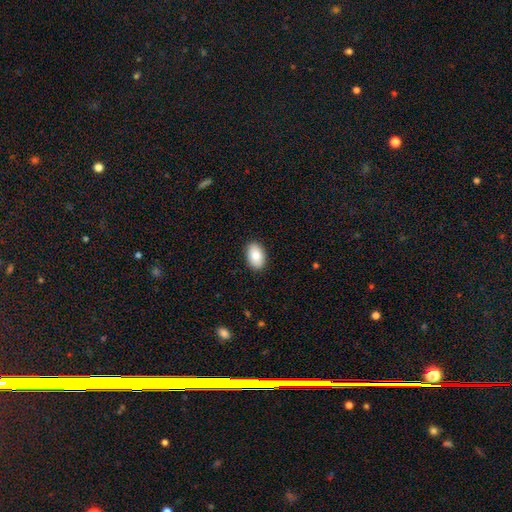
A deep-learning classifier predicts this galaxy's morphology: This appears to be a smooth galaxy with no disk features (86%) that is in between round and cigar-shaped (91%). Merging: none (89%).